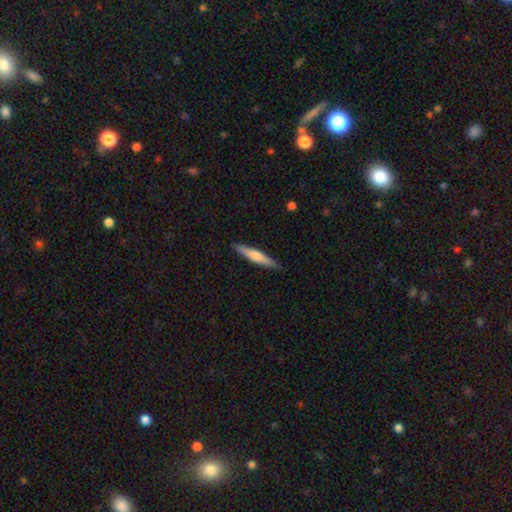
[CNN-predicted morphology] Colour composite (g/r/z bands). It shows a smooth galaxy with no disk features (58%) that is cigar-shaped (92%). Merging: none (90%).